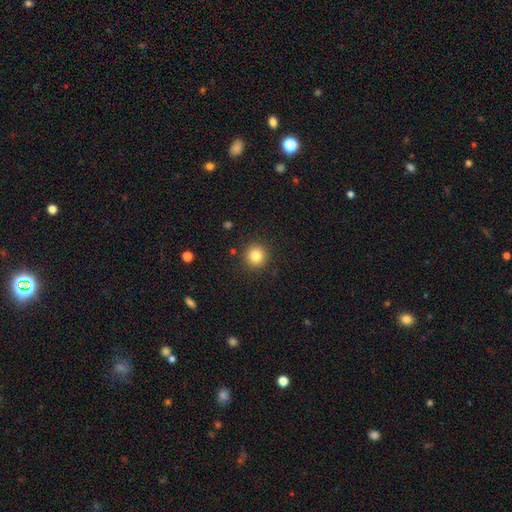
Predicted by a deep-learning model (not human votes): Smooth or featured? smooth (84%)
How rounded? round (94%)
Merging? none (90%)